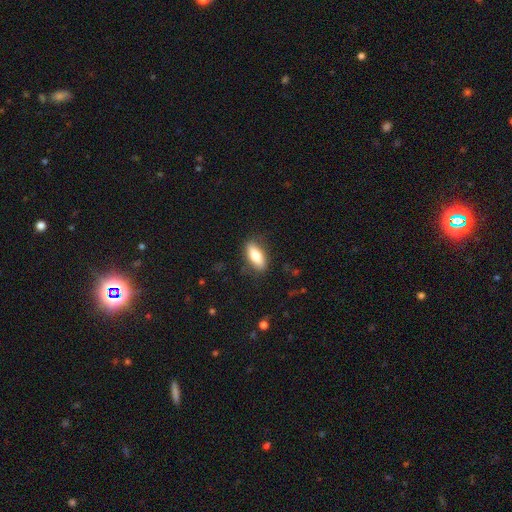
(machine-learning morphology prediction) The model was most divided on "how rounded": in between: 74%, cigar-shaped: 23%, round: 3%. More confident: merging — none (82%); smooth or featured — smooth (73%).